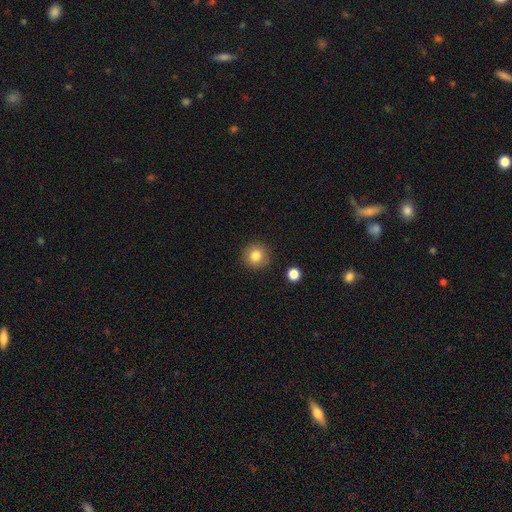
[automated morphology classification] Smooth or featured: smooth — 82% (star or artifact — 10%)
How rounded: round — 94% (in between — 5%)
Merging: none — 89% (minor disturbance — 7%)